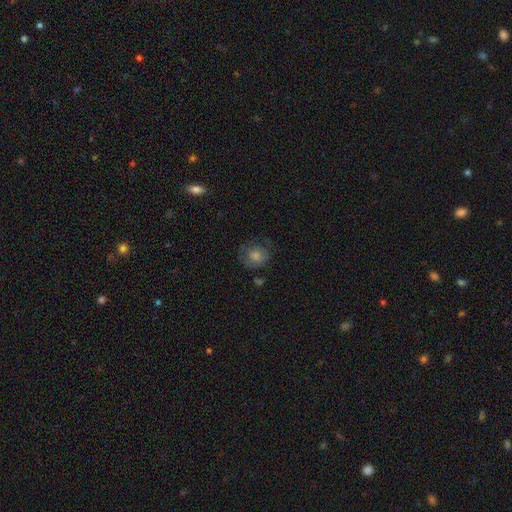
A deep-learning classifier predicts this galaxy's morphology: Q: Smooth or featured?
A: smooth (54%); runner-up: featured or disk (29%)
Q: How rounded?
A: round (82%); runner-up: in between (17%)
Q: Merging?
A: none (72%); runner-up: minor disturbance (18%)